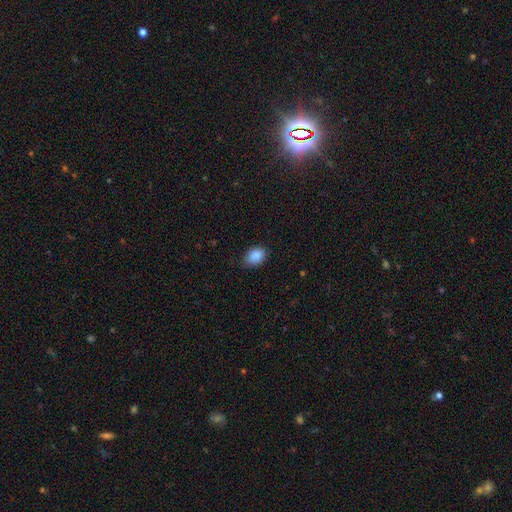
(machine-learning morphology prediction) Smooth or featured?
  - smooth: 88% *
  - star or artifact: 8%
  - featured or disk: 4%
How rounded?
  - in between: 77% *
  - round: 22%
  - cigar-shaped: 1%
Merging?
  - none: 70% *
  - minor disturbance: 25%
  - major disturbance: 4%
  - merger: 1%